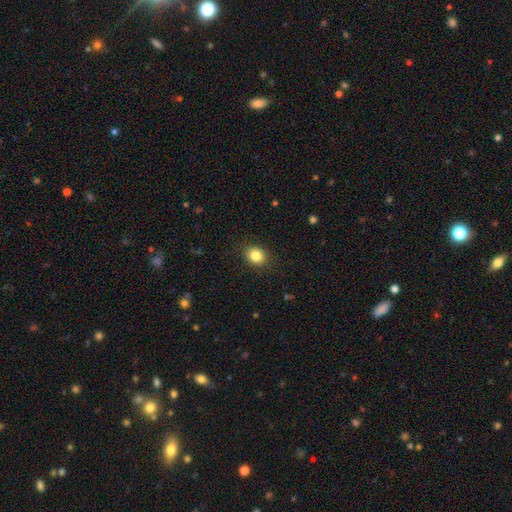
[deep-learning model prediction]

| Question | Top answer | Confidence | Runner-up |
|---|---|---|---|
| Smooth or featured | smooth | 84% | star or artifact (10%) |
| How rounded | round | 58% | in between (41%) |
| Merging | none | 88% | minor disturbance (8%) |